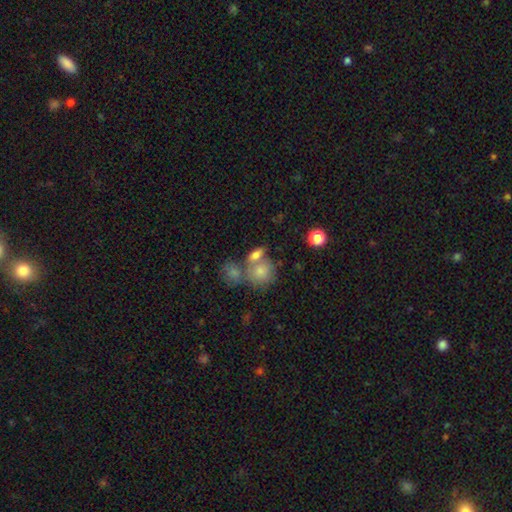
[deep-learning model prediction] smooth-or-featured: smooth: 73% | featured or disk: 17% | star or artifact: 11%
  how-rounded: in between: 60% | round: 35% | cigar-shaped: 5%
  merging: merger: 44% | none: 39% | minor disturbance: 11% | major disturbance: 6%